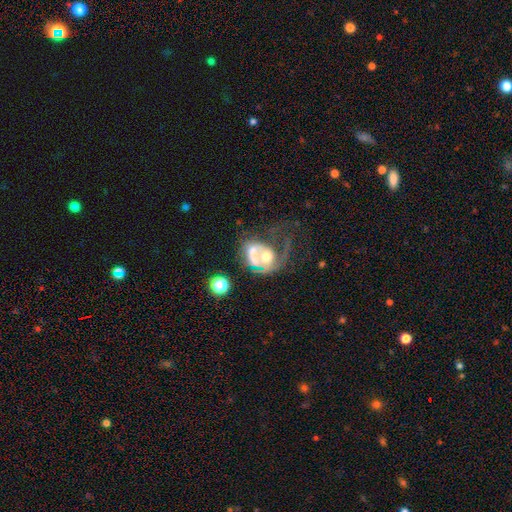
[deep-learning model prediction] smooth_or_featured: featured or disk (p=0.60) [alt: smooth p=0.30]
disk_edge_on: no (p=0.97) [alt: yes p=0.03]
bar: no (p=0.73) [alt: weak p=0.18]
has_spiral_arms: no (p=0.54) [alt: yes p=0.46]
bulge_size: moderate (p=0.49) [alt: large p=0.21]
merging: merger (p=0.41) [alt: major disturbance p=0.35]